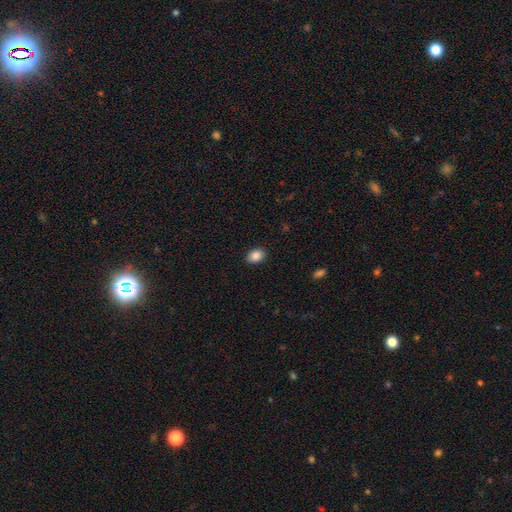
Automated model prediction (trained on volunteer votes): Smooth or featured?
  - smooth: 87% *
  - star or artifact: 8%
  - featured or disk: 5%
How rounded?
  - in between: 72% *
  - round: 27%
  - cigar-shaped: 1%
Merging?
  - none: 88% *
  - minor disturbance: 8%
  - major disturbance: 2%
  - merger: 1%